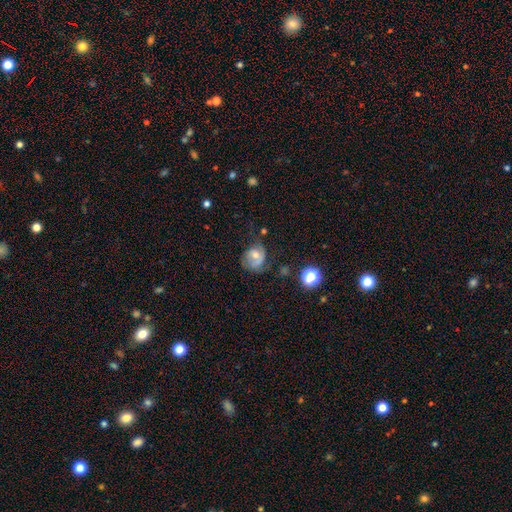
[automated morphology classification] smooth_or_featured: smooth (p=0.47) [alt: featured or disk p=0.42]
merging: none (p=0.44) [alt: minor disturbance p=0.29]